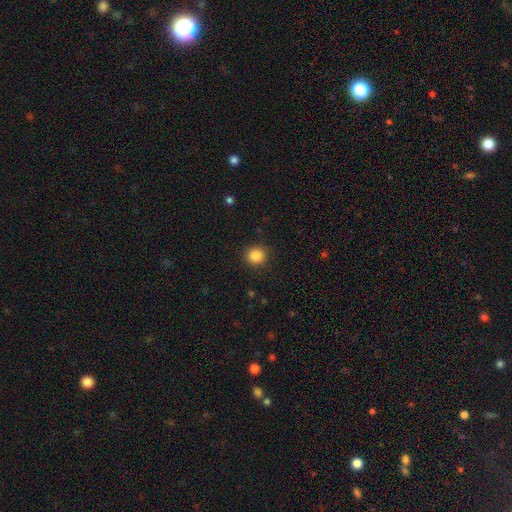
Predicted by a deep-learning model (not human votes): Overall: smooth (86%). How rounded: round (93%). Merging: none (91%).